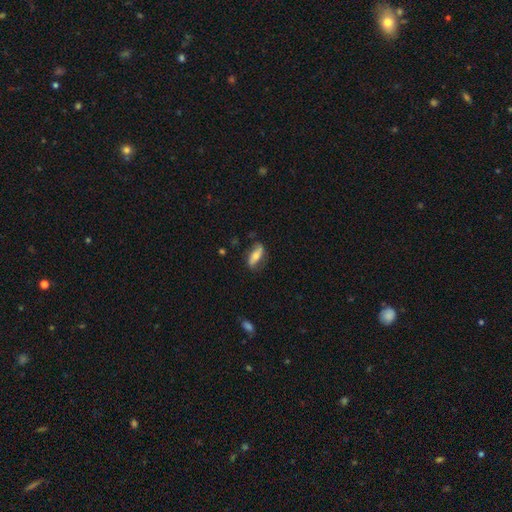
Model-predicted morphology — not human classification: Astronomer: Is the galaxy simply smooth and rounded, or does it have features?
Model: smooth — 47% (runner-up: featured or disk, 46%).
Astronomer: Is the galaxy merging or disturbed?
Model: none — 72%.